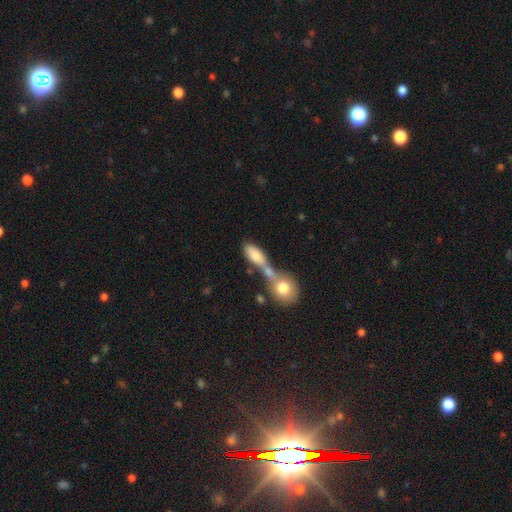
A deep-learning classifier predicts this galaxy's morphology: smooth_or_featured: smooth (p=0.76) [alt: featured or disk p=0.16]
how_rounded: in between (p=0.74) [alt: cigar-shaped p=0.17]
merging: merger (p=0.60) [alt: none p=0.25]